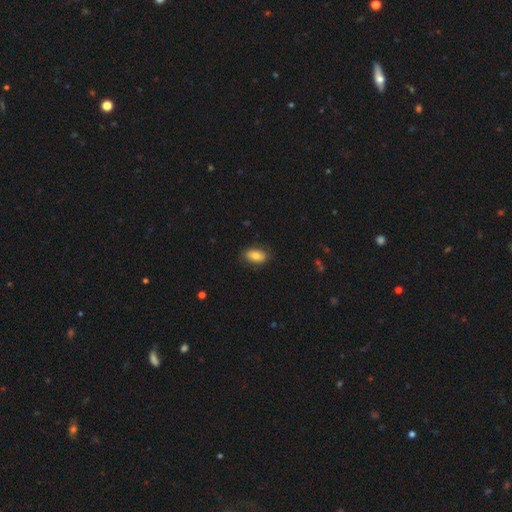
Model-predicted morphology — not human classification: type=smooth (78%); roundness=in between (91%); merging=none (81%).